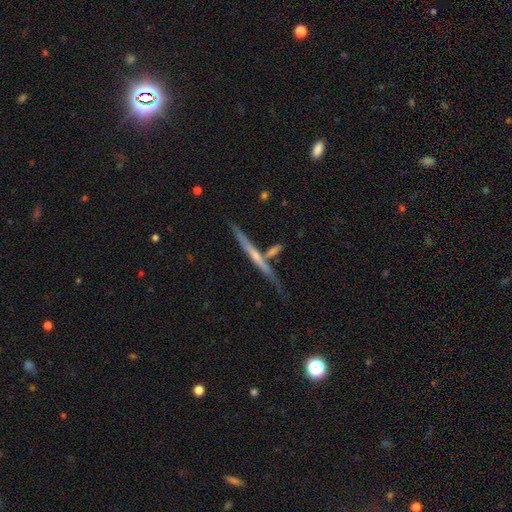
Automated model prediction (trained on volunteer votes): The model was most divided on "edge-on bulge": none: 60%, rounded: 34%, boxy: 6%. More confident: edge-on disk — yes (96%); merging — none (74%); smooth or featured — featured or disk (65%).